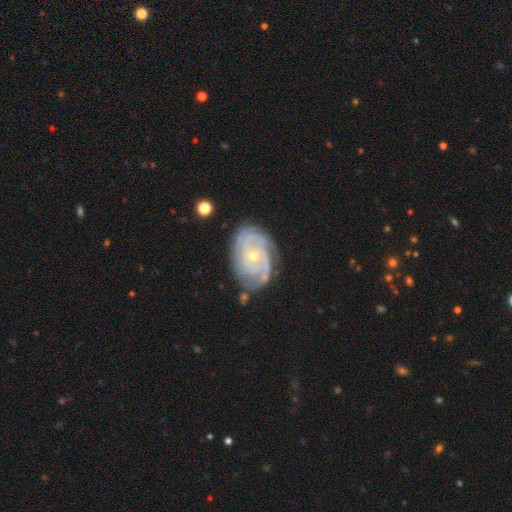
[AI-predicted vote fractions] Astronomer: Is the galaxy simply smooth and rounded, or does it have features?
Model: featured or disk — 83%.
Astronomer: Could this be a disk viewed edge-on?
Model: no — 96%.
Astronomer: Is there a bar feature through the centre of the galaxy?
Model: no — 69%.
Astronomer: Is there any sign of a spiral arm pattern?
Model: yes — 96%.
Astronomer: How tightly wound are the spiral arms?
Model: tight — 70%.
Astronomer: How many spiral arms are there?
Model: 3 — 27% (runner-up: can't tell, 25%).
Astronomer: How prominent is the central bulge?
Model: small — 66%.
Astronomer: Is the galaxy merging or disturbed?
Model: none — 72%.